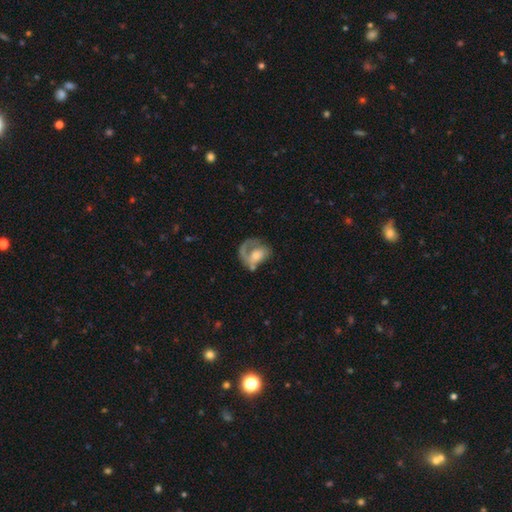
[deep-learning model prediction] A featured or disk galaxy (64%) with no bar (70%), spiral arms (75%) and a moderate central bulge (45%).

Vote fractions:
- Smooth or featured? featured or disk: 64% / smooth: 30% / star or artifact: 7%
- Edge-on disk? no: 97% / yes: 3%
- Bar? no: 70% / weak: 24% / strong: 5%
- Spiral arms? yes: 75% / no: 25%
- Bulge size? moderate: 45% / small: 41% / large: 6% / none: 6% / dominant: 2%
- Merging? major disturbance: 38% / none: 36% / minor disturbance: 18% / merger: 8%